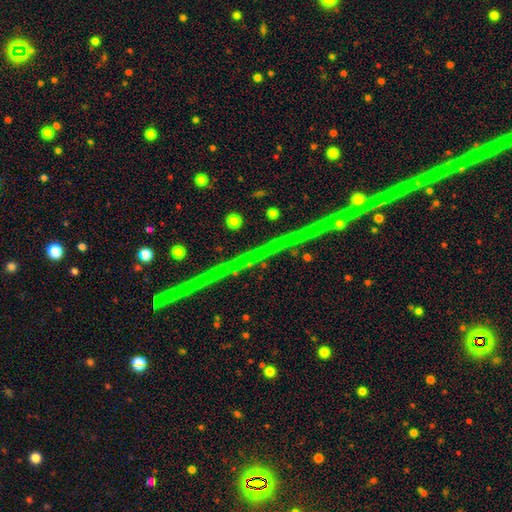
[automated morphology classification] smooth-or-featured: star or artifact: 63% | smooth: 22% | featured or disk: 15%